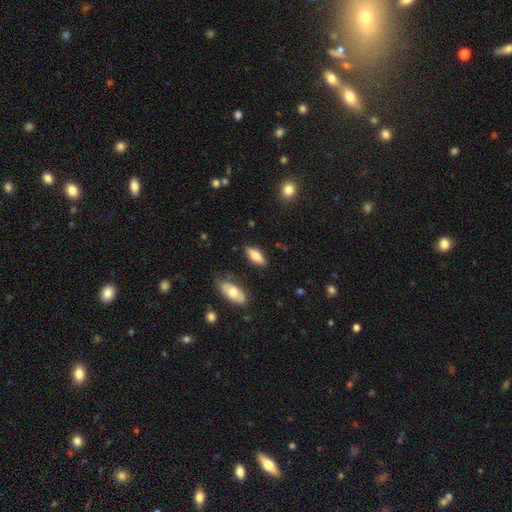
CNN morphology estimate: This appears to be a smooth galaxy with no disk features (74%) that is in between round and cigar-shaped (73%). Merging: none (82%).